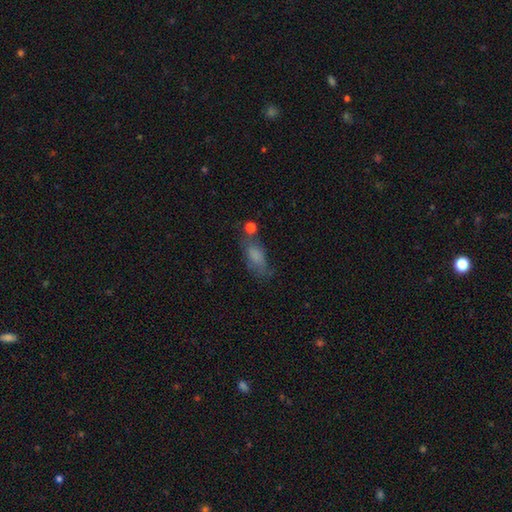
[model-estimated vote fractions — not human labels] Overall: smooth (66%). How rounded: in between (74%). Merging: none (47%; minor disturbance 25%).